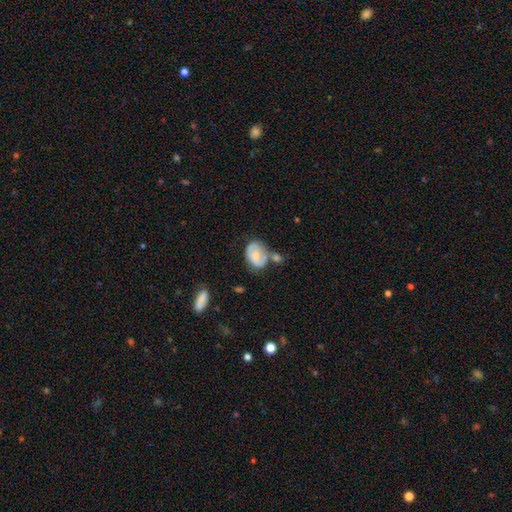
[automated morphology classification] Q: Smooth or featured?
A: smooth (57%); runner-up: featured or disk (36%)
Q: How rounded?
A: in between (77%); runner-up: round (22%)
Q: Merging?
A: none (35%); runner-up: merger (27%)